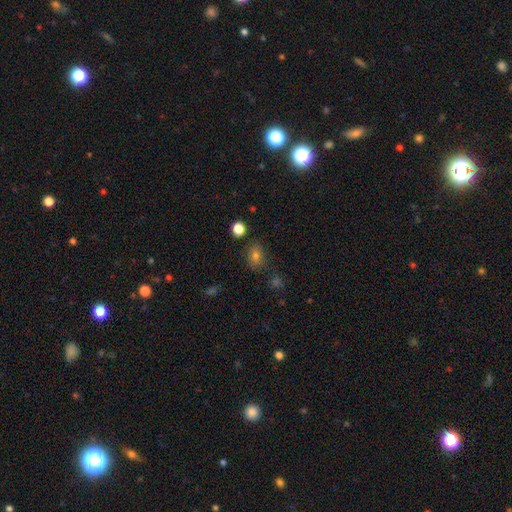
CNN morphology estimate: type=smooth (75%); roundness=in between (64%); merging=none (78%).